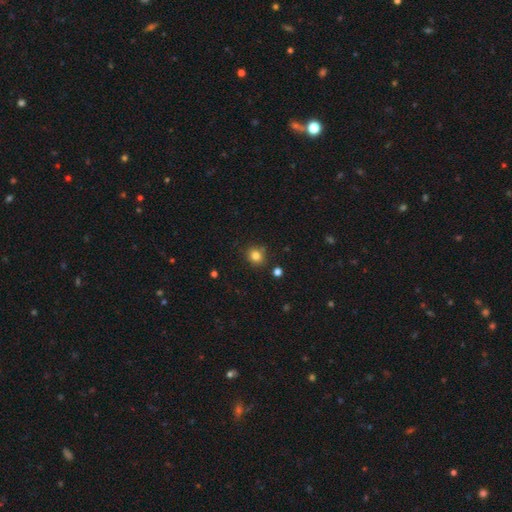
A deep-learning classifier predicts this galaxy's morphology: A smooth galaxy with no disk features (82%) that is round (82%). Merging: none (83%).